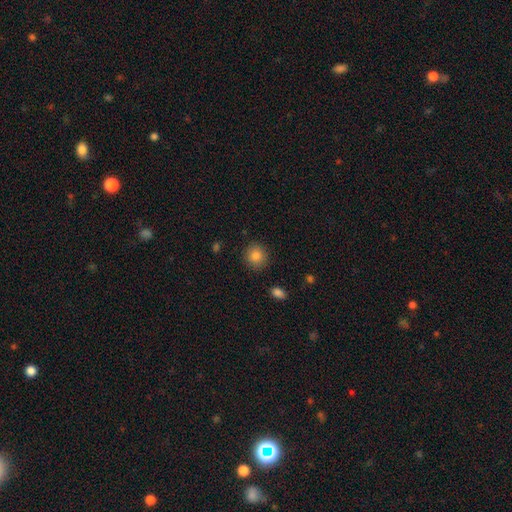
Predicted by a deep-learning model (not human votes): Smooth or featured: smooth — 84% (star or artifact — 10%)
How rounded: round — 89% (in between — 10%)
Merging: none — 89% (minor disturbance — 7%)